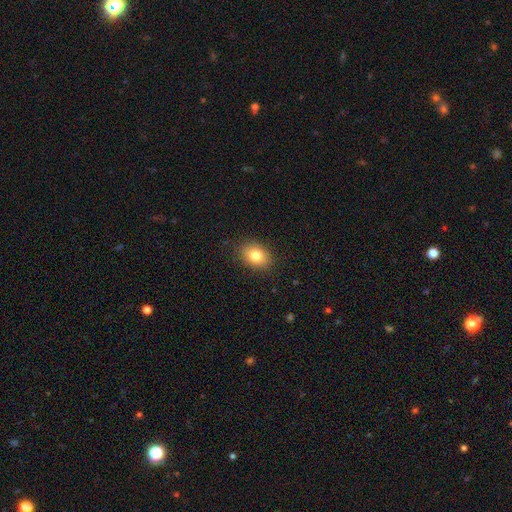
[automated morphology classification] Smooth or featured: smooth — 81% (star or artifact — 10%)
How rounded: in between — 71% (round — 28%)
Merging: none — 87% (minor disturbance — 9%)